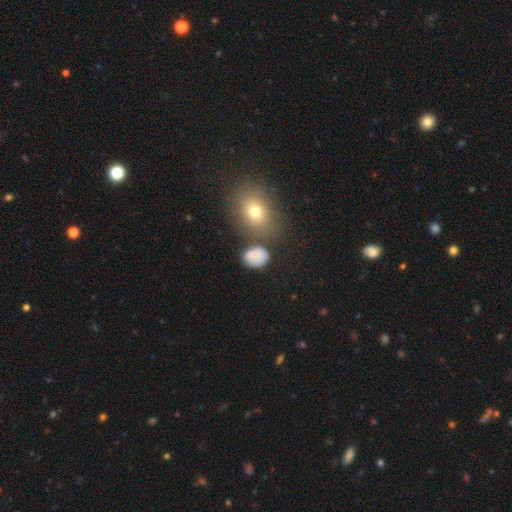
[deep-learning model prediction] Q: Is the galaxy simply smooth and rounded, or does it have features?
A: smooth — 80%.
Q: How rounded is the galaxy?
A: in between — 62%.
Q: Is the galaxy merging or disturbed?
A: none — 63%.